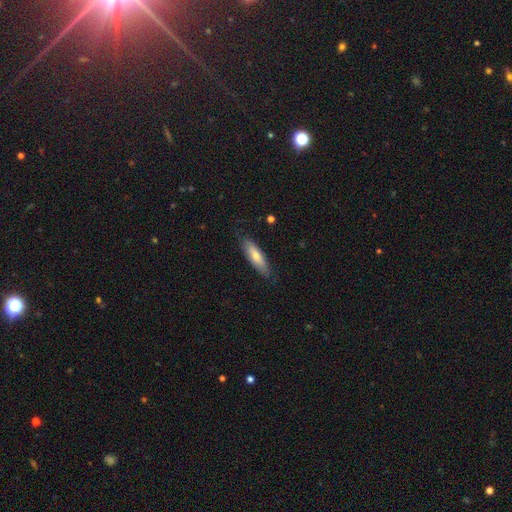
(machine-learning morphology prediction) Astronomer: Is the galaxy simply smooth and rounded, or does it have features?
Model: smooth — 67%.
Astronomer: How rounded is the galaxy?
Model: cigar-shaped — 55% (runner-up: in between, 43%).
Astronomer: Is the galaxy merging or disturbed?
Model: none — 79%.